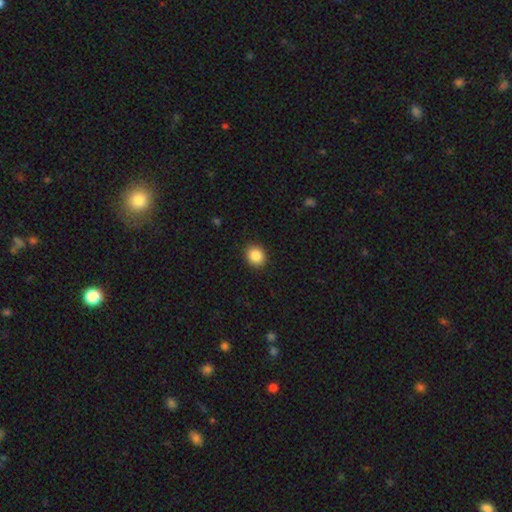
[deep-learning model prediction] Overall: smooth (87%). How rounded: round (77%). Merging: none (90%).